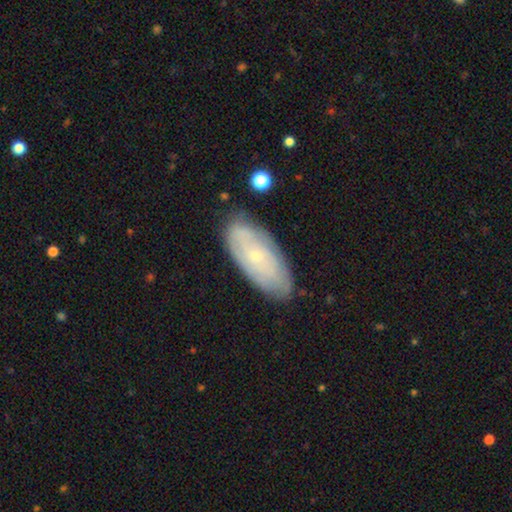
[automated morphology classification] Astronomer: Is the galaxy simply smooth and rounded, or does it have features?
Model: featured or disk — 56% (runner-up: smooth, 37%).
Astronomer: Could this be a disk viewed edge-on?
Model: no — 88%.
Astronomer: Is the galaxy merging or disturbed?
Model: none — 78%.